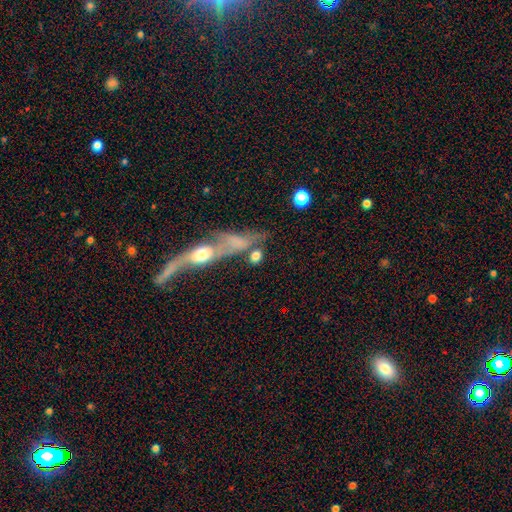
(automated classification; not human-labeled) The model was most divided on "merging": none: 48%, merger: 30%, minor disturbance: 13%, major disturbance: 9%. More confident: smooth or featured — smooth (73%); how rounded — in between (56%).